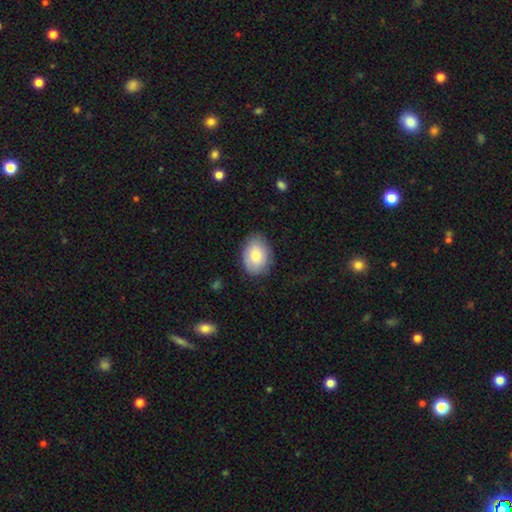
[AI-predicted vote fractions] Q: Smooth or featured?
A: smooth (79%); runner-up: featured or disk (14%)
Q: How rounded?
A: in between (73%); runner-up: round (26%)
Q: Merging?
A: none (81%); runner-up: minor disturbance (15%)